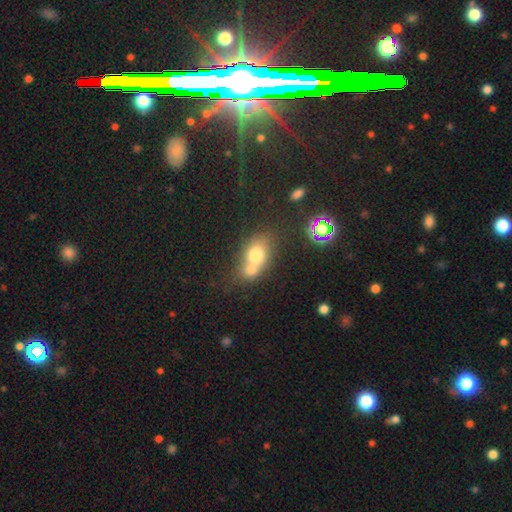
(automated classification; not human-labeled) smooth-or-featured: smooth: 69% | featured or disk: 19% | star or artifact: 12%
  how-rounded: in between: 63% | round: 35% | cigar-shaped: 3%
  merging: merger: 59% | none: 29% | minor disturbance: 9% | major disturbance: 4%